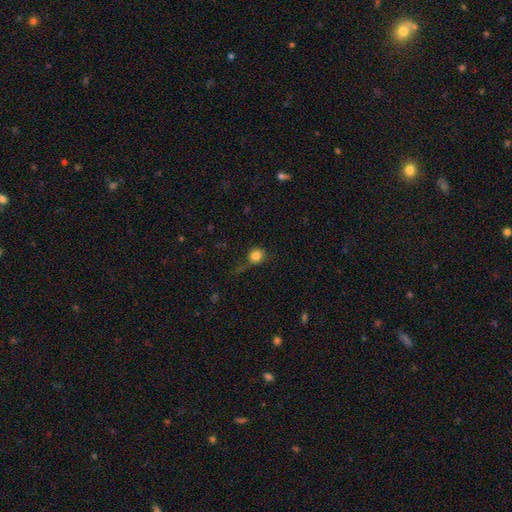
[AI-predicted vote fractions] A smooth galaxy with no disk features (83%) that is round (88%). Merging: none (59%).